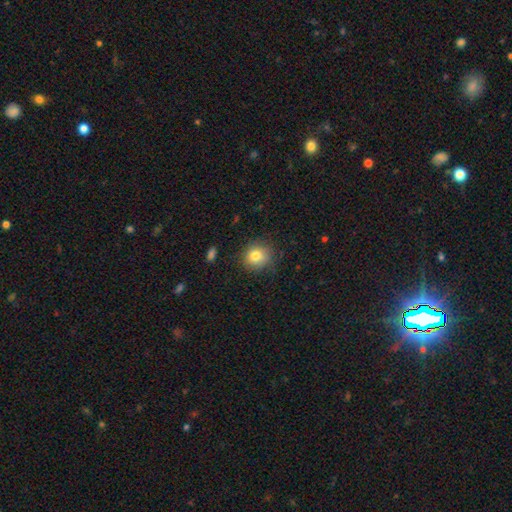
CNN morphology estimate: A smooth galaxy with no disk features (80%) that is round (86%).

Vote fractions:
- Smooth or featured? smooth: 80% / star or artifact: 11% / featured or disk: 9%
- How rounded? round: 86% / in between: 13% / cigar-shaped: 1%
- Merging? none: 82% / minor disturbance: 13% / major disturbance: 3% / merger: 1%